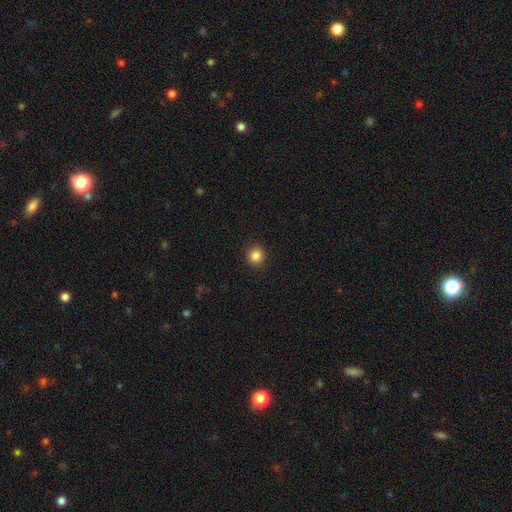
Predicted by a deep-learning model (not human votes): Smooth or featured? smooth (86%)
How rounded? round (93%)
Merging? none (92%)